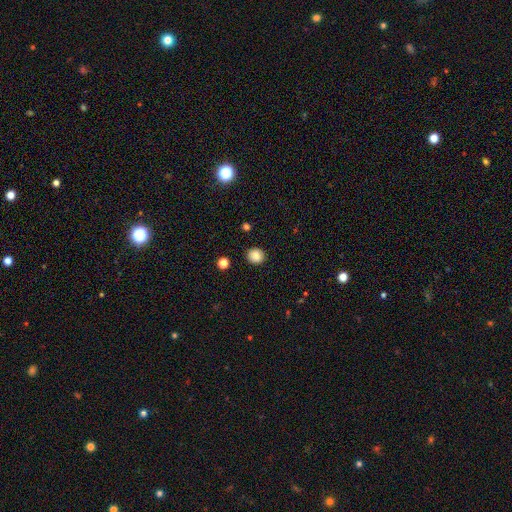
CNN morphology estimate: smooth_or_featured: smooth (p=0.85) [alt: star or artifact p=0.10]
how_rounded: round (p=0.88) [alt: in between p=0.11]
merging: none (p=0.90) [alt: minor disturbance p=0.06]